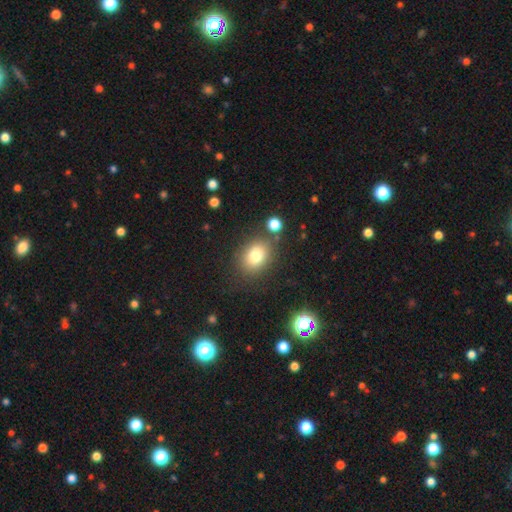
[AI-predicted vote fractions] Overall: smooth (79%). How rounded: in between (59%; round 40%). Merging: none (77%).